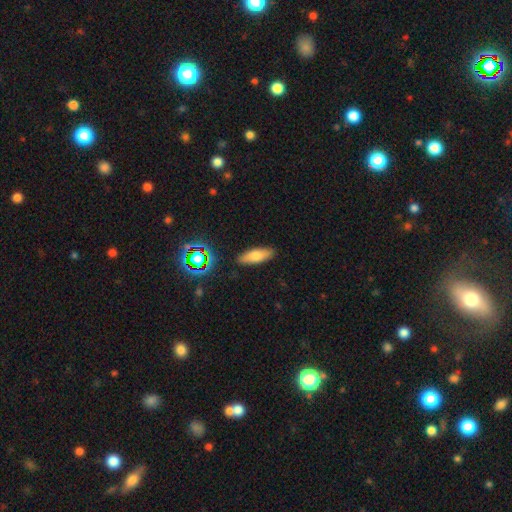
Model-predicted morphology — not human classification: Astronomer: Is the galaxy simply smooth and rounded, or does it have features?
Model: smooth — 73%.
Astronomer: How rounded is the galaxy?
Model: in between — 63%.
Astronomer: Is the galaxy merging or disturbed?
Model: none — 87%.